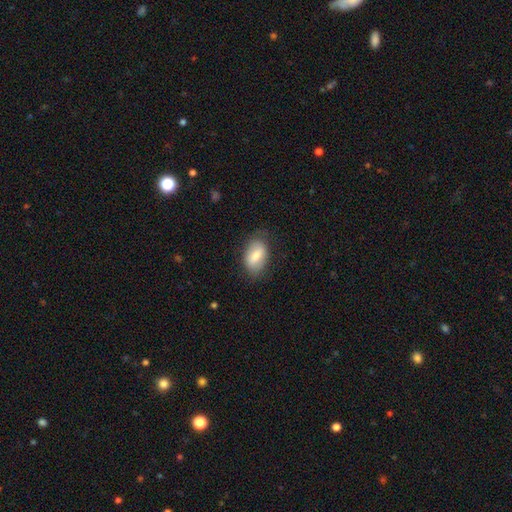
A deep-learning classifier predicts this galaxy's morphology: Q: Smooth or featured?
A: smooth (72%); runner-up: featured or disk (21%)
Q: How rounded?
A: in between (89%); runner-up: round (9%)
Q: Merging?
A: none (75%); runner-up: minor disturbance (19%)